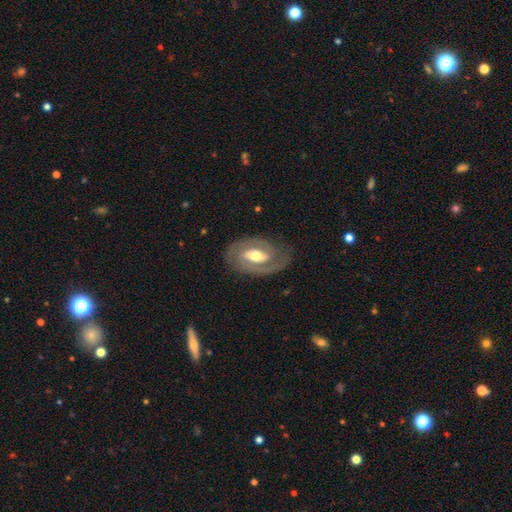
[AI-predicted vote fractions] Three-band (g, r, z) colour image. It shows a featured or disk galaxy (82%) with a weak bar (38%), 2 (83%) tight (48%) spiral arms (86%) and a moderate central bulge (68%). Merging: none (78%).